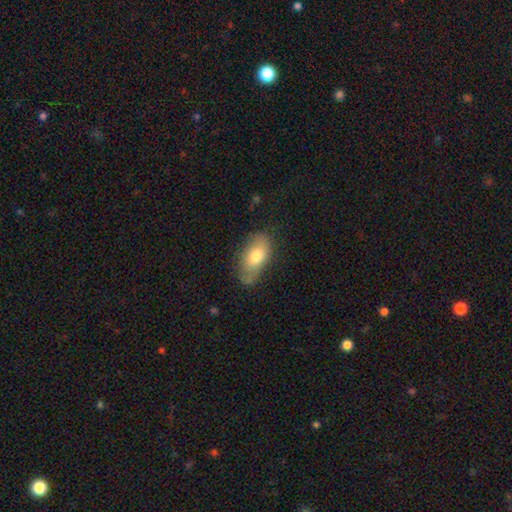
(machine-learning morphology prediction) Q: Smooth or featured?
A: smooth (73%); runner-up: featured or disk (20%)
Q: How rounded?
A: in between (90%); runner-up: round (6%)
Q: Merging?
A: none (66%); runner-up: minor disturbance (26%)